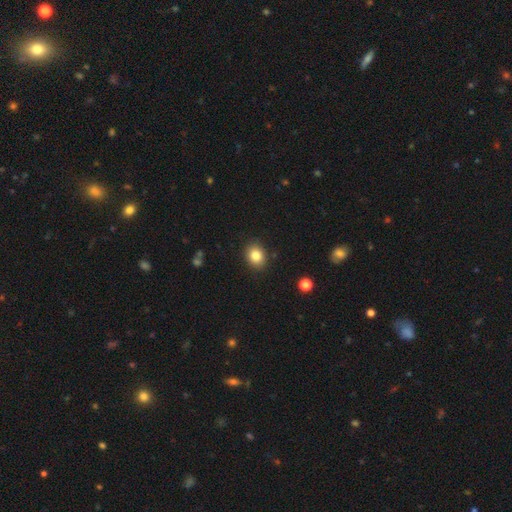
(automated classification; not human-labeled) Smooth or featured?
  - smooth: 83% *
  - star or artifact: 10%
  - featured or disk: 7%
How rounded?
  - round: 50% *
  - in between: 49%
  - cigar-shaped: 1%
Merging?
  - none: 88% *
  - minor disturbance: 9%
  - major disturbance: 2%
  - merger: 1%